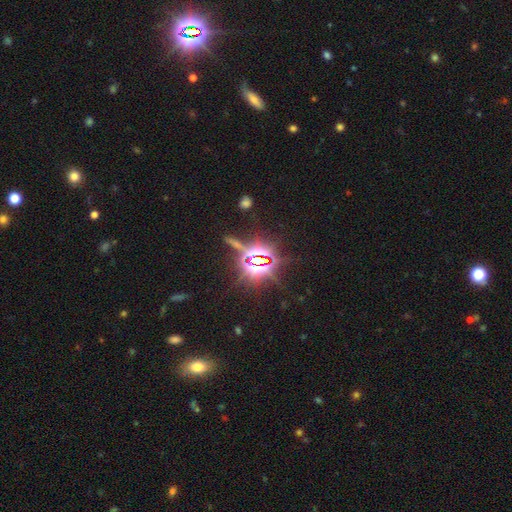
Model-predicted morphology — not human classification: The model was most divided on "smooth or featured": star or artifact: 82%, smooth: 10%, featured or disk: 7%.